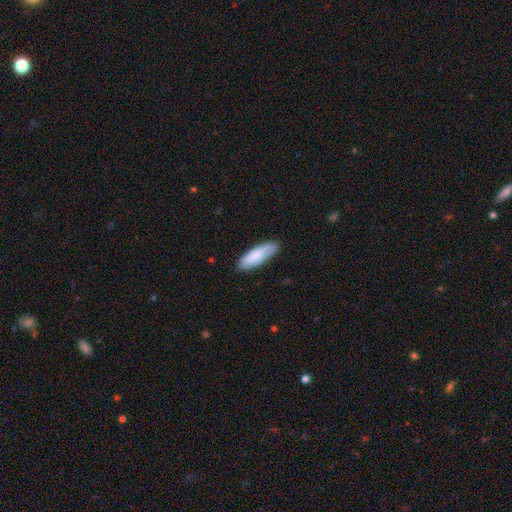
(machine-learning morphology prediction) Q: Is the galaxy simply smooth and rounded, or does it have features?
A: smooth — 85%.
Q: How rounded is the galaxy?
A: in between — 51%.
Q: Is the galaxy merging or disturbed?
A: none — 83%.